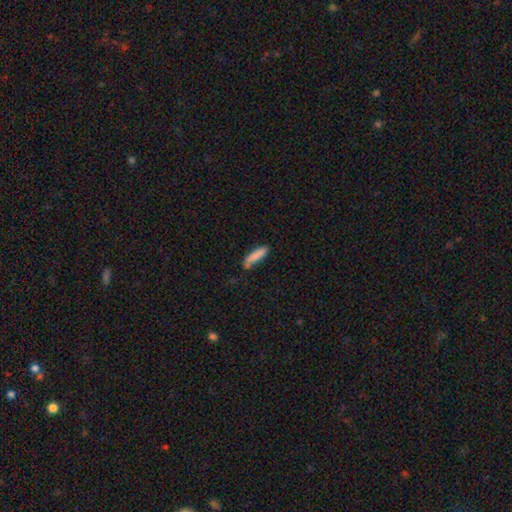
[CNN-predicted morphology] smooth-or-featured: smooth: 84% | featured or disk: 9% | star or artifact: 7%
  how-rounded: cigar-shaped: 74% | in between: 25% | round: 2%
  merging: none: 65% | minor disturbance: 24% | major disturbance: 6% | merger: 6%